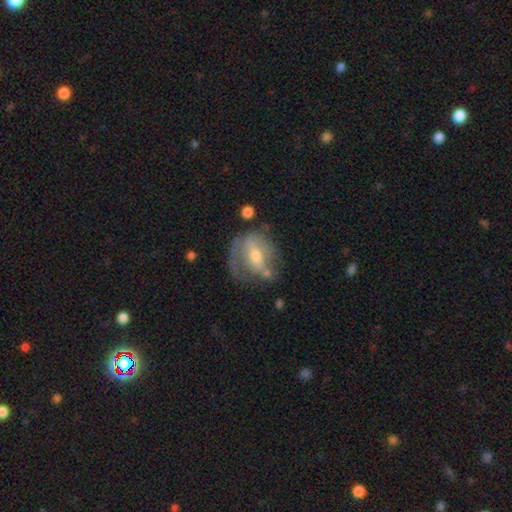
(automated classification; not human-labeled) Morphology: type=featured or disk (56%); edge-on=no (92%); bar=weak (41%); spiral arms=no (55%); bulge=moderate (62%); merging=none (45%).